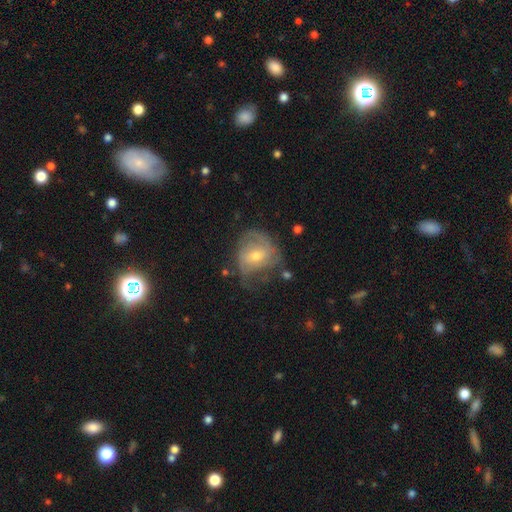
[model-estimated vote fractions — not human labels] Smooth or featured?
  - featured or disk: 62% *
  - smooth: 30%
  - star or artifact: 9%
Edge-on disk?
  - no: 97% *
  - yes: 3%
Bar?
  - no: 48% *
  - weak: 42%
  - strong: 10%
Spiral arms?
  - yes: 78% *
  - no: 22%
Bulge size?
  - moderate: 55% *
  - small: 40%
  - large: 3%
  - none: 2%
  - dominant: 1%
Merging?
  - none: 51% *
  - minor disturbance: 27%
  - major disturbance: 19%
  - merger: 3%